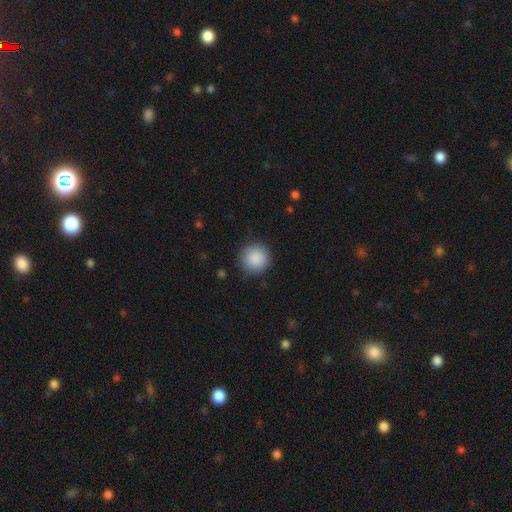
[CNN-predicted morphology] This appears to be a smooth galaxy with no disk features (89%) that is round (94%). Merging: none (88%).